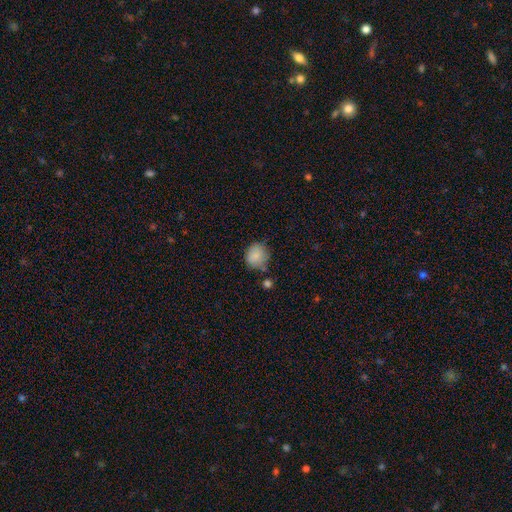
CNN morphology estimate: smooth_or_featured: smooth (p=0.85) [alt: star or artifact p=0.08]
how_rounded: round (p=0.79) [alt: in between p=0.21]
merging: none (p=0.63) [alt: minor disturbance p=0.24]